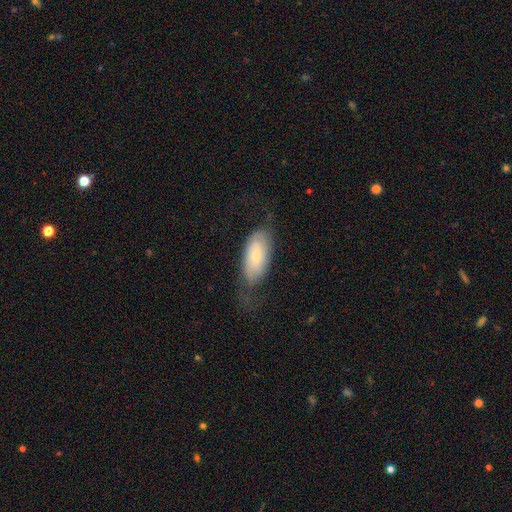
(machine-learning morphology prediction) Smooth or featured: smooth — 56% (featured or disk — 38%)
How rounded: in between — 89% (cigar-shaped — 9%)
Merging: none — 52% (minor disturbance — 28%)